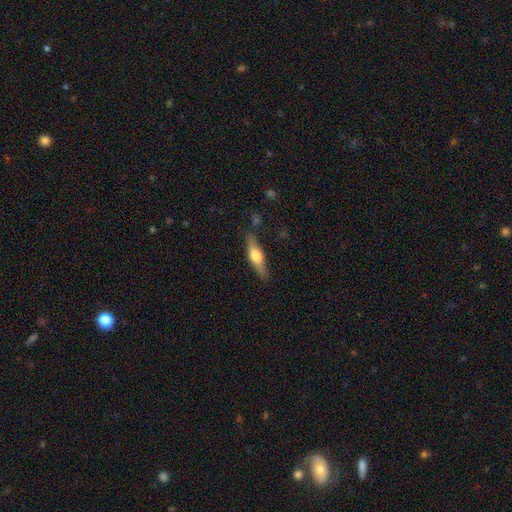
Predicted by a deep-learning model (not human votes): Morphology: type=smooth (51%); roundness=cigar-shaped (62%); merging=none (83%).